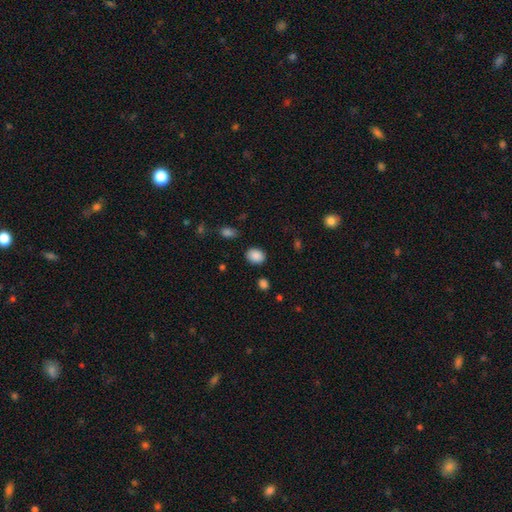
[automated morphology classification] Smooth or featured?
  - smooth: 88% *
  - star or artifact: 9%
  - featured or disk: 4%
How rounded?
  - in between: 55% *
  - round: 44%
  - cigar-shaped: 1%
Merging?
  - none: 84% *
  - minor disturbance: 11%
  - major disturbance: 3%
  - merger: 2%